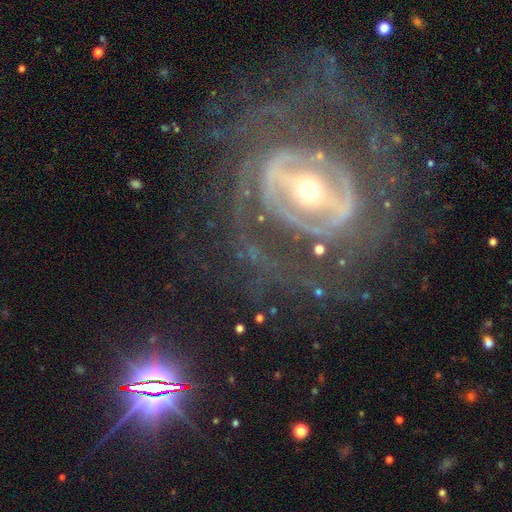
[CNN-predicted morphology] This is clearly a featured or disk galaxy (87%). It is clearly not viewed edge-on (93%). Bar: likely strong (68%). Spiral arm pattern: clearly yes (85%). Spiral arm count: possibly 2 (48%). Spiral winding: possibly tight (49%). Central bulge: possibly moderate (57%). Merging: likely none (65%).